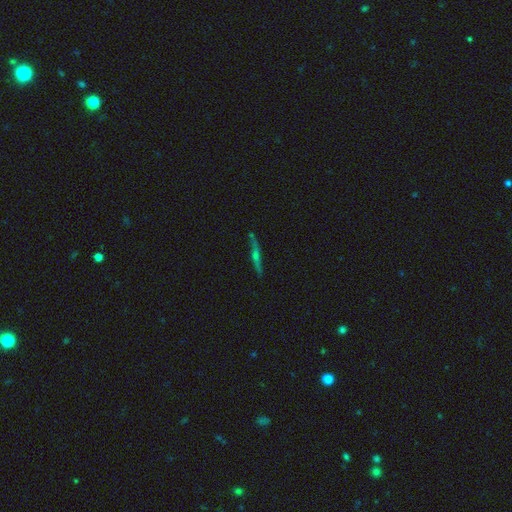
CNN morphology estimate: Smooth or featured: featured or disk — 72% (smooth — 18%)
Edge-on disk: yes — 96% (no — 4%)
Edge-on bulge: rounded — 78% (none — 14%)
Merging: none — 85% (minor disturbance — 10%)